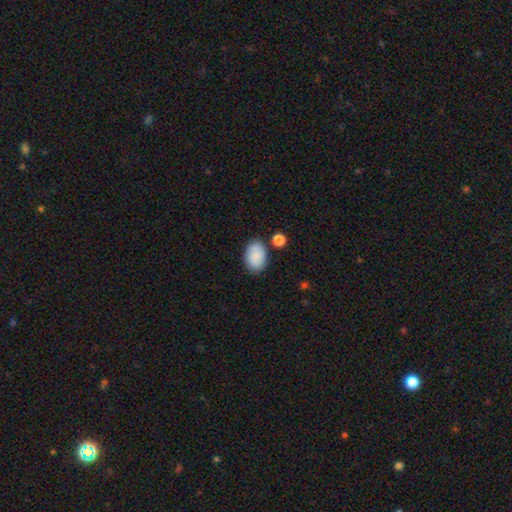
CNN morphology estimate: Overall: smooth (86%). How rounded: in between (83%). Merging: none (76%).